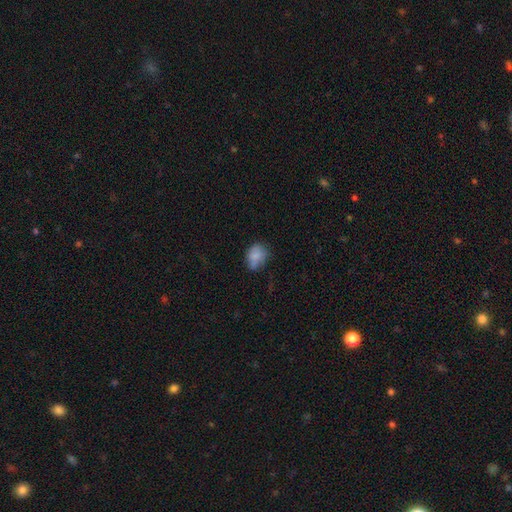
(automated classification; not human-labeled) Smooth or featured?
  - smooth: 78% *
  - featured or disk: 12%
  - star or artifact: 10%
How rounded?
  - in between: 56% *
  - round: 43%
  - cigar-shaped: 1%
Merging?
  - none: 52% *
  - minor disturbance: 32%
  - major disturbance: 11%
  - merger: 5%